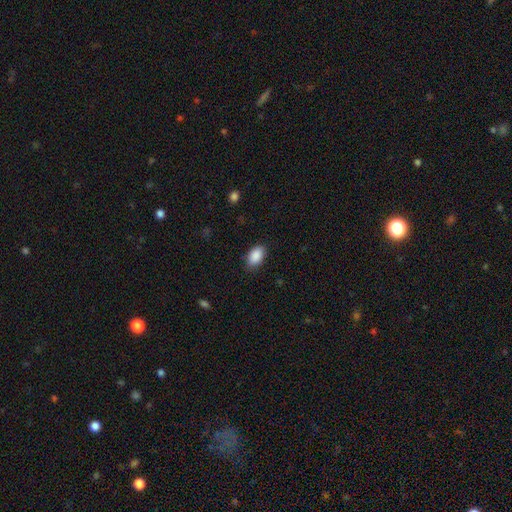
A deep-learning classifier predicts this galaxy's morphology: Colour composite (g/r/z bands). It shows a smooth galaxy with no disk features (90%) that is in between round and cigar-shaped (91%). Merging: none (85%).